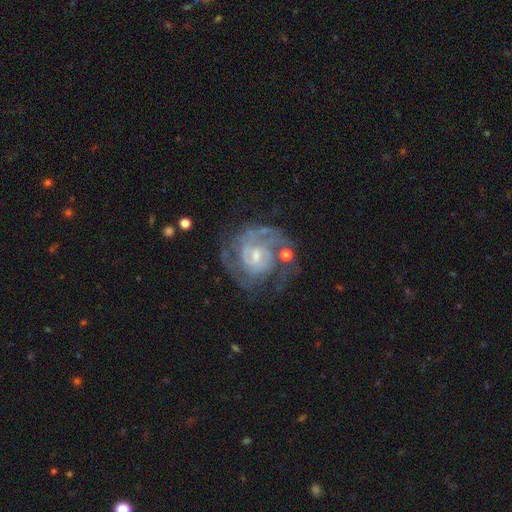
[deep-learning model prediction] Smooth or featured?
  - featured or disk: 86% *
  - smooth: 8%
  - star or artifact: 6%
Edge-on disk?
  - no: 98% *
  - yes: 2%
Bar?
  - weak: 48% *
  - no: 44%
  - strong: 8%
Spiral arms?
  - yes: 94% *
  - no: 6%
Spiral winding?
  - tight: 57% *
  - medium: 34%
  - loose: 8%
Spiral arm count?
  - 2: 39% *
  - can't tell: 28%
  - 3: 17%
  - 1: 6%
  - 4: 5%
  - more than 4: 4%
Bulge size?
  - small: 53% *
  - moderate: 39%
  - none: 5%
  - large: 3%
  - dominant: 1%
Merging?
  - none: 57% *
  - minor disturbance: 19%
  - major disturbance: 17%
  - merger: 6%